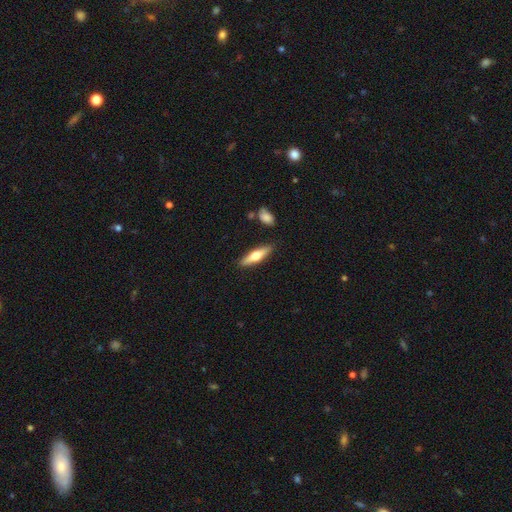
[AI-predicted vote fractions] This appears to be a featured or disk galaxy (50%) viewed edge-on (92%). Merging: none (87%).